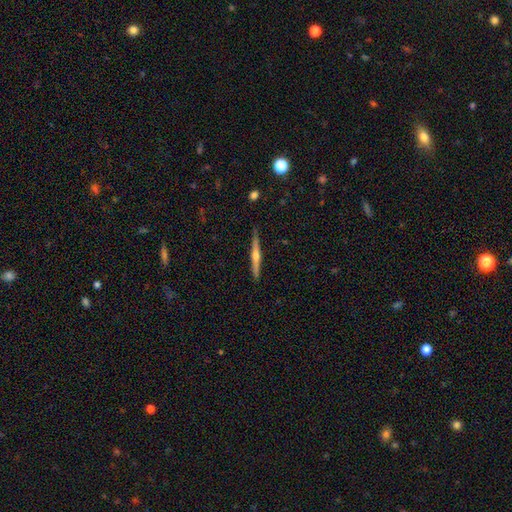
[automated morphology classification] A featured or disk galaxy (72%) viewed edge-on (98%) with a rounded central bulge (87%). Merging: none (90%).